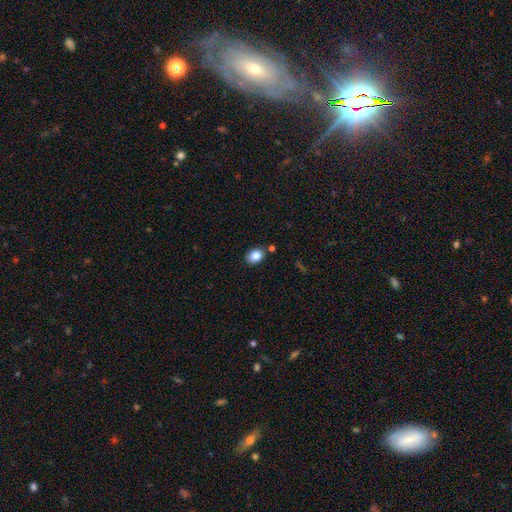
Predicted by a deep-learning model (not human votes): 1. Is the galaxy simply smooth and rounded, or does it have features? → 84% smooth, 9% star or artifact, 7% featured or disk.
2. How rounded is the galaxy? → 67% in between, 32% round, 1% cigar-shaped.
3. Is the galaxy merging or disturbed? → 82% none, 10% minor disturbance, 5% merger, 2% major disturbance.